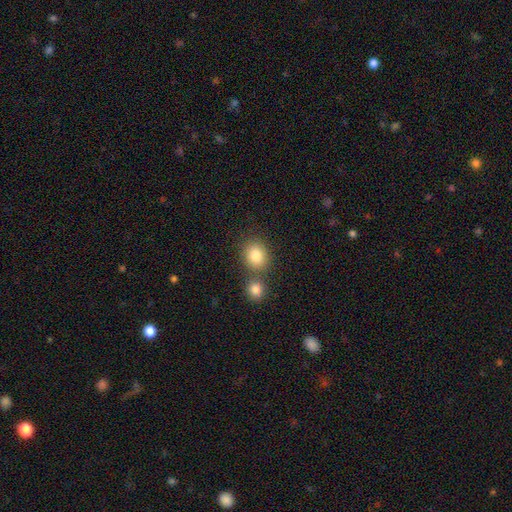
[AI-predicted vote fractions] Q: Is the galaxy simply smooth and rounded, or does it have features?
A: smooth — 84%.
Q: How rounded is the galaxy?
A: round — 70%.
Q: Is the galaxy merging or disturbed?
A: none — 62%.